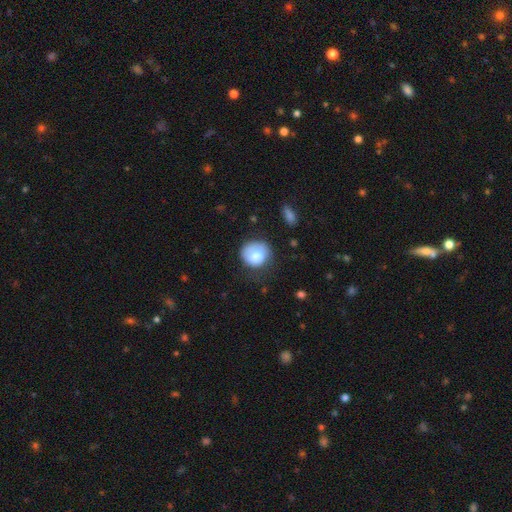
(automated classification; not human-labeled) This appears to be a smooth galaxy with no disk features (69%) that is round (72%). Merging: none (53%).